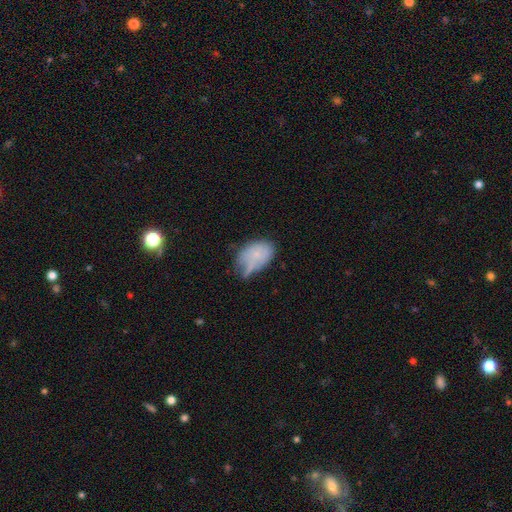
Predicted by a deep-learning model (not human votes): Overall: smooth (67%). How rounded: in between (85%). Merging: minor disturbance (39%; none 31%).